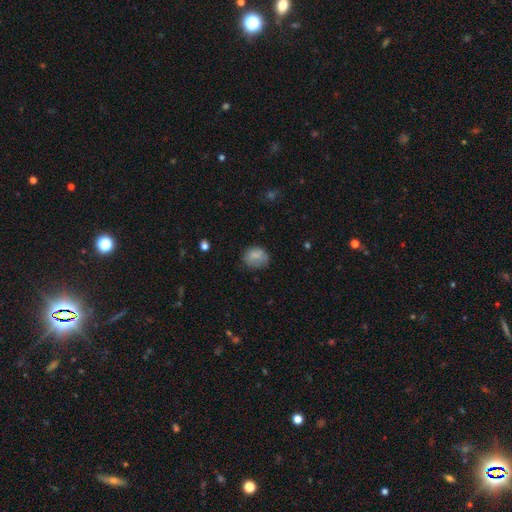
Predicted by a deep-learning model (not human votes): Q: Smooth or featured?
A: smooth (79%); runner-up: featured or disk (12%)
Q: How rounded?
A: round (54%); runner-up: in between (45%)
Q: Merging?
A: none (63%); runner-up: minor disturbance (26%)